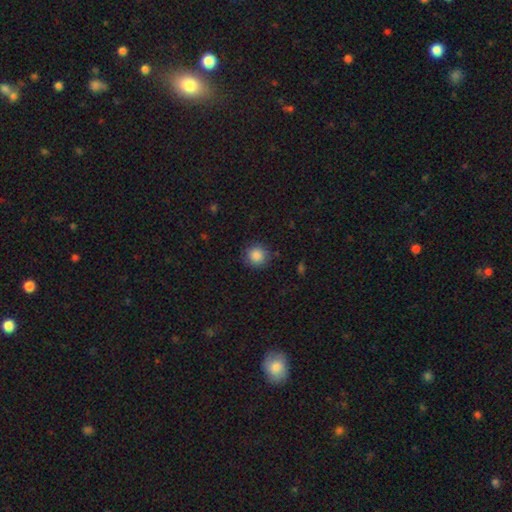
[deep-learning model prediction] Overall: smooth (87%). How rounded: round (93%). Merging: none (87%).